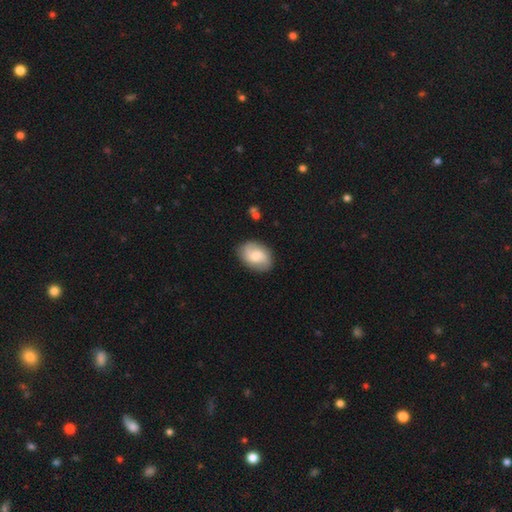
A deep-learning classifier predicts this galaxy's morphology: Q: Smooth or featured?
A: smooth (50%); runner-up: featured or disk (43%)
Q: How rounded?
A: in between (80%); runner-up: round (18%)
Q: Merging?
A: none (83%); runner-up: minor disturbance (13%)